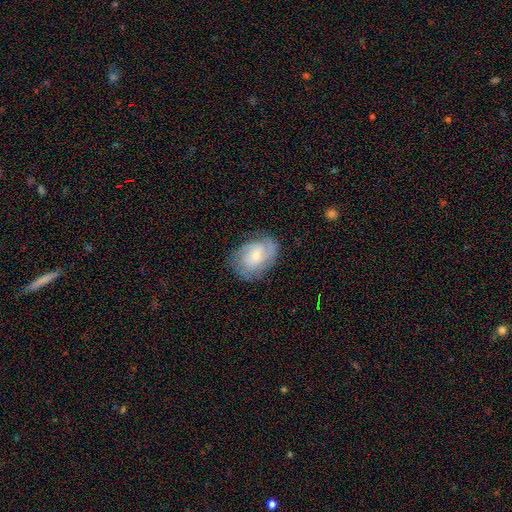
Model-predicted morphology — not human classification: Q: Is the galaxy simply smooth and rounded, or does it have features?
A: featured or disk — 71%.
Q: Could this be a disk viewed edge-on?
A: no — 97%.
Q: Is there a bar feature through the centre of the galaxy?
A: no — 62%.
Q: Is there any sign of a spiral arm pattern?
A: yes — 92%.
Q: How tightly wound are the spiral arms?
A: tight — 53%.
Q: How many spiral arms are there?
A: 2 — 32%, tied with can't tell.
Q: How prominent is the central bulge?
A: small — 61%.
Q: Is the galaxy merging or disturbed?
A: none — 71%.